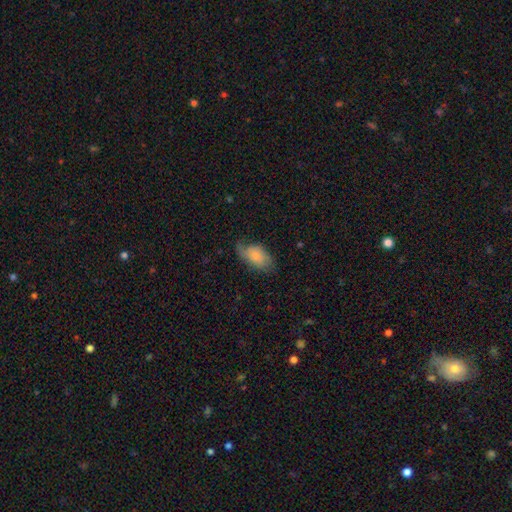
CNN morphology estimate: This is likely a smooth galaxy (64%). How rounded: clearly in between (93%). Merging: possibly none (56%).